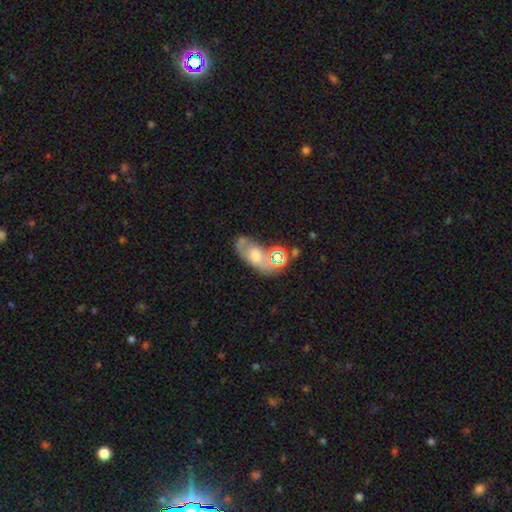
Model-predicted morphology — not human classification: Smooth or featured? Predicted: featured or disk (p=0.45). Merging? Predicted: none (p=0.50).